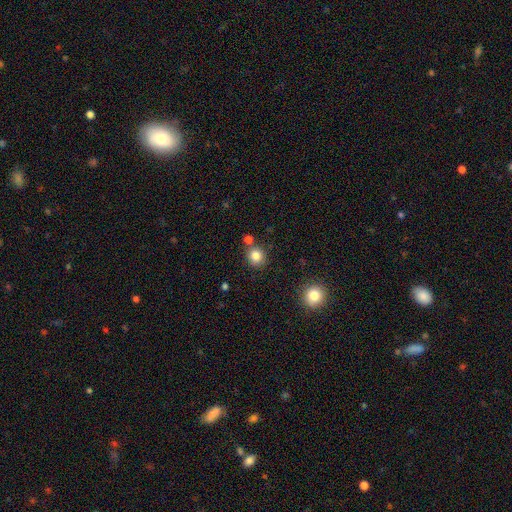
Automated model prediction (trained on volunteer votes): This appears to be a smooth galaxy with no disk features (83%) that is round (85%). Merging: none (76%).